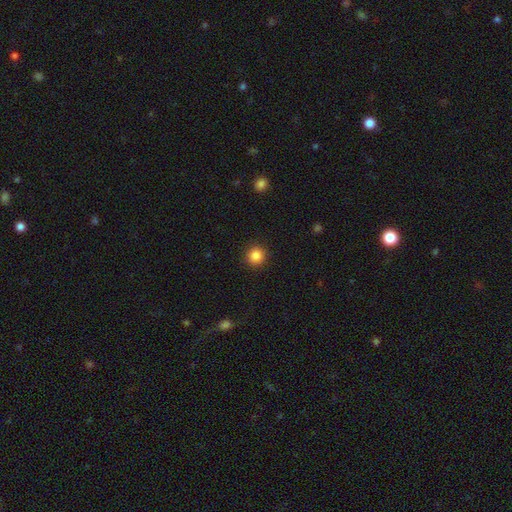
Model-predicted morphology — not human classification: Smooth or featured?
  - smooth: 86% *
  - star or artifact: 10%
  - featured or disk: 4%
How rounded?
  - round: 94% *
  - in between: 5%
  - cigar-shaped: 1%
Merging?
  - none: 92% *
  - minor disturbance: 5%
  - major disturbance: 2%
  - merger: 1%